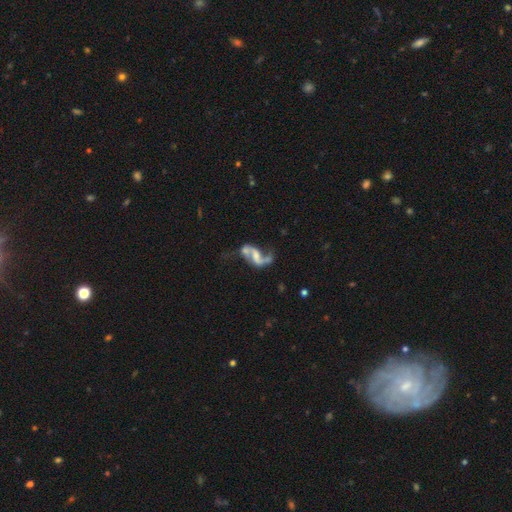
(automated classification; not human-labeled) Q: Smooth or featured?
A: featured or disk (83%); runner-up: smooth (10%)
Q: Edge-on disk?
A: no (97%); runner-up: yes (3%)
Q: Bar?
A: weak (43%); runner-up: no (32%)
Q: Spiral arms?
A: yes (90%); runner-up: no (10%)
Q: Spiral winding?
A: loose (79%); runner-up: medium (17%)
Q: Spiral arm count?
A: 2 (87%); runner-up: 1 (8%)
Q: Bulge size?
A: small (33%); runner-up: moderate (30%)
Q: Merging?
A: none (37%); runner-up: merger (25%)